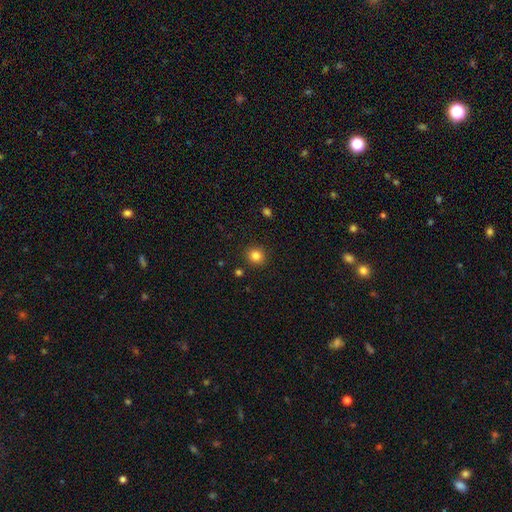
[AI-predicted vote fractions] Smooth or featured: smooth — 83% (star or artifact — 12%)
How rounded: round — 87% (in between — 12%)
Merging: none — 90% (minor disturbance — 6%)